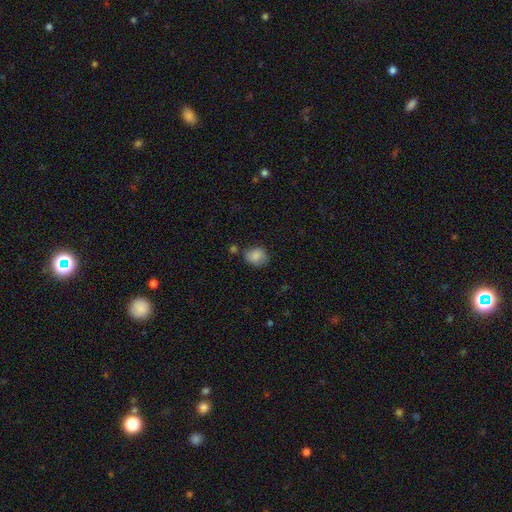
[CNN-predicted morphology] Smooth or featured? Predicted: smooth (p=0.84). How rounded? Predicted: round (p=0.56). Merging? Predicted: none (p=0.64).